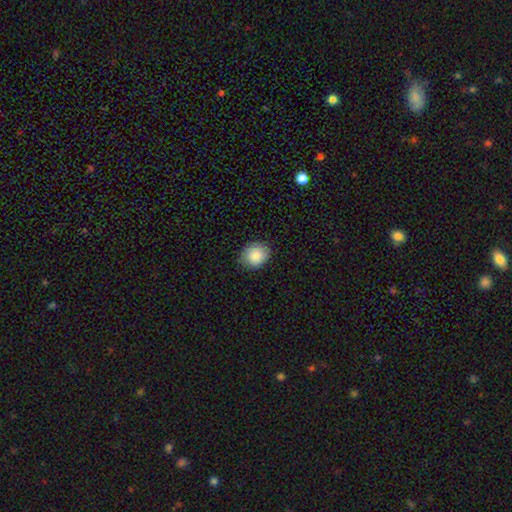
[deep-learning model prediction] Overall: smooth (85%). How rounded: round (64%; in between 36%). Merging: none (84%).